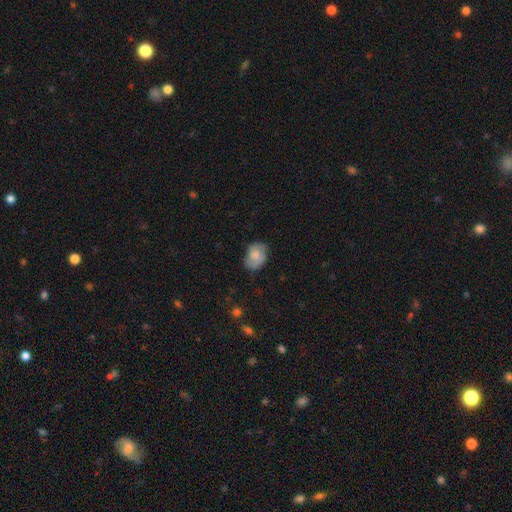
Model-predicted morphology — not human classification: This appears to be a smooth galaxy with no disk features (56%) that is in between round and cigar-shaped (69%). Merging: none (67%).